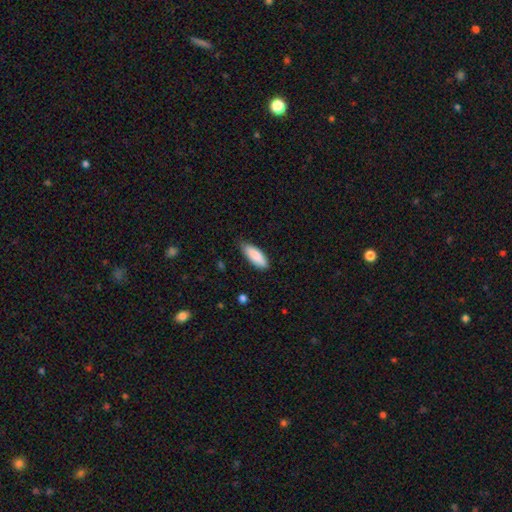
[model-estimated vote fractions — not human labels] This appears to be a smooth galaxy with no disk features (89%) that is in between round and cigar-shaped (70%). Merging: none (79%).